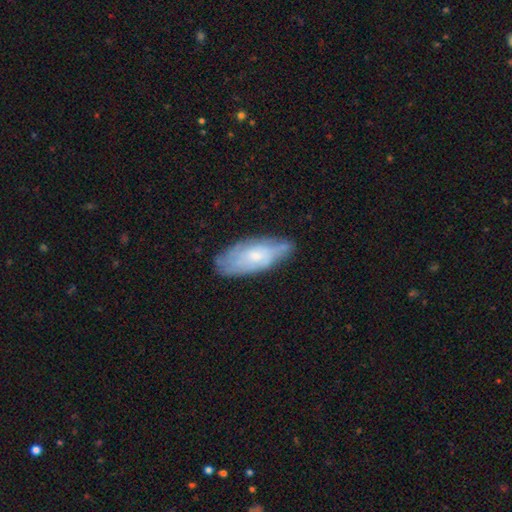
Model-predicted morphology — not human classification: type=featured or disk (51%); edge-on=no (81%); merging=none (67%).